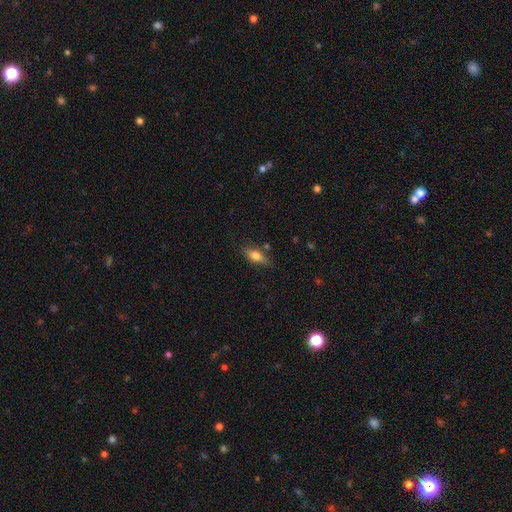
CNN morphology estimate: The model was most divided on "smooth or featured": smooth: 69%, featured or disk: 23%, star or artifact: 8%. More confident: merging — none (74%); how rounded — in between (73%).